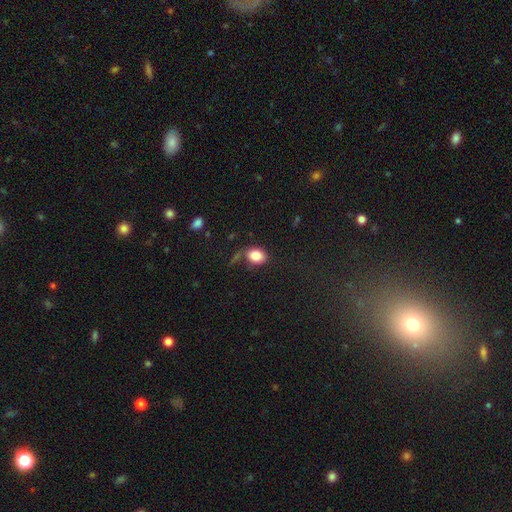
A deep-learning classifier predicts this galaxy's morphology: This appears to be a smooth galaxy with no disk features (83%) that is in between round and cigar-shaped (68%). Merging: none (64%).